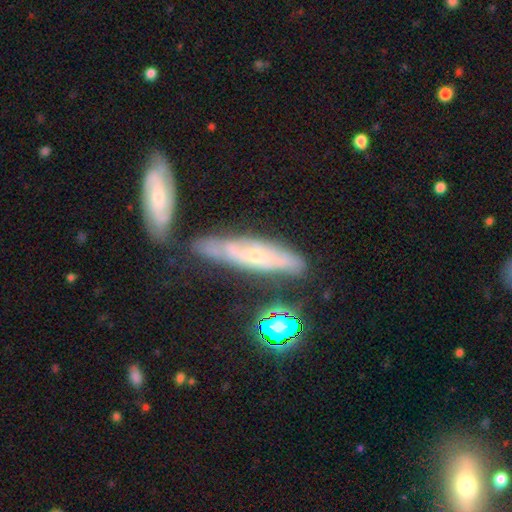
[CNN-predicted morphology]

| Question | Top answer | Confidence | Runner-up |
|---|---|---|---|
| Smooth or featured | featured or disk | 63% | smooth (27%) |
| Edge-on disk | no | 57% | yes (43%) |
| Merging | none | 66% | minor disturbance (18%) |